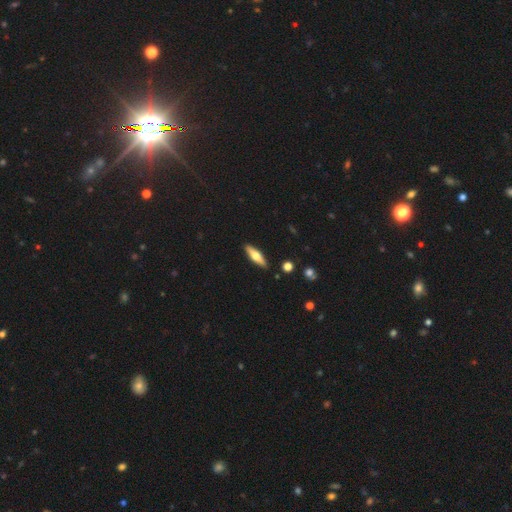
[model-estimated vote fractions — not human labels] This is possibly a smooth galaxy (48%). Merging: clearly none (90%).